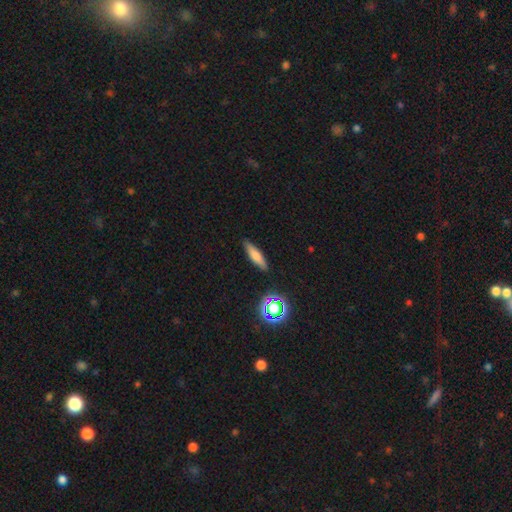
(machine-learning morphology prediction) Smooth or featured: smooth — 67% (featured or disk — 22%)
How rounded: cigar-shaped — 72% (in between — 25%)
Merging: none — 88% (minor disturbance — 9%)